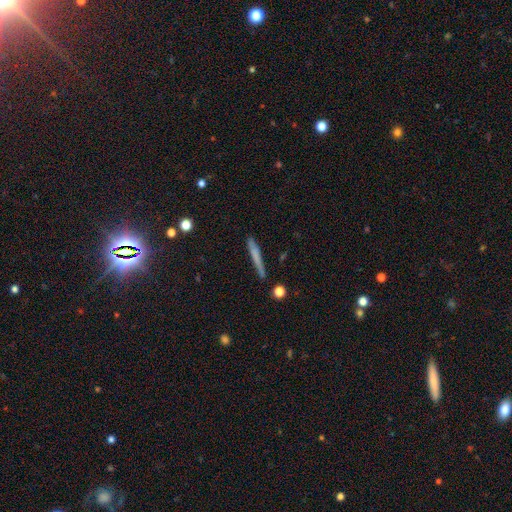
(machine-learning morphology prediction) type=smooth (63%); roundness=cigar-shaped (95%); merging=none (84%).